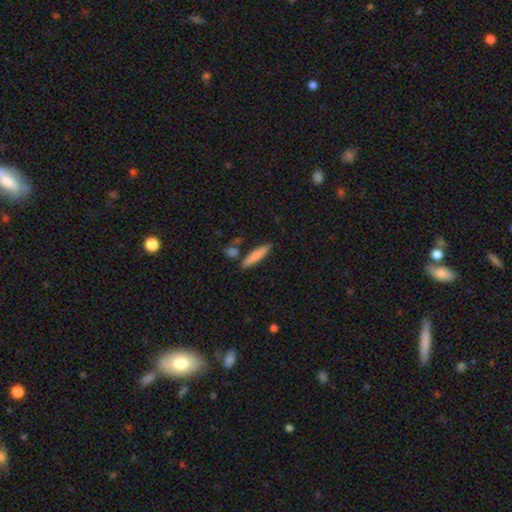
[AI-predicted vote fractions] Q: Smooth or featured?
A: smooth (78%); runner-up: featured or disk (16%)
Q: How rounded?
A: cigar-shaped (85%); runner-up: in between (13%)
Q: Merging?
A: none (80%); runner-up: minor disturbance (11%)